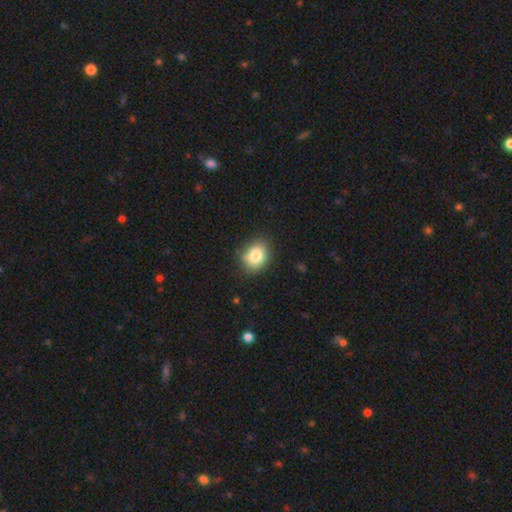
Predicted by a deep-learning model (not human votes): Morphology: type=smooth (83%); roundness=in between (56%); merging=none (80%).